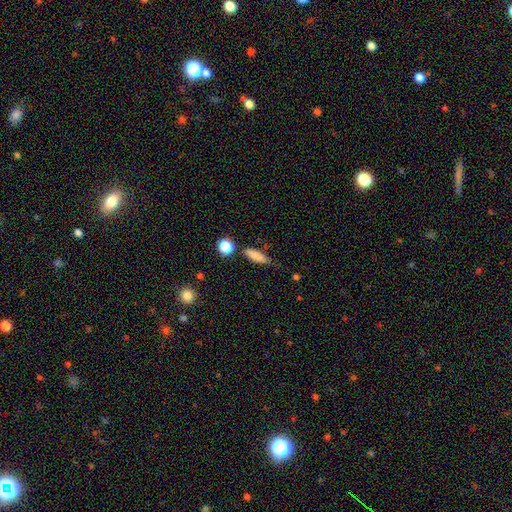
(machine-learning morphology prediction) This appears to be a smooth galaxy with no disk features (83%) that is cigar-shaped (48%, tied with in between). Merging: none (68%).